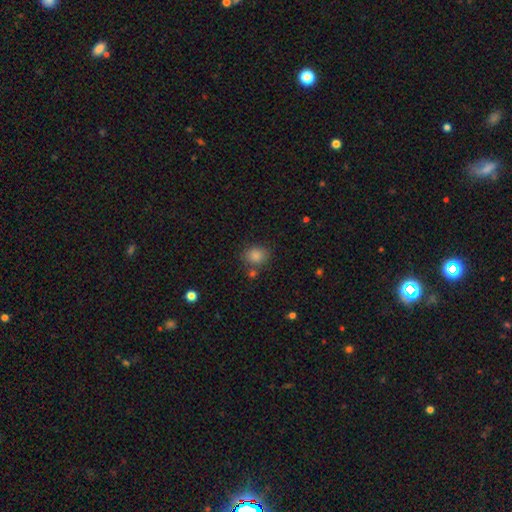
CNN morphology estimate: type=smooth (85%); roundness=round (60%); merging=none (73%).